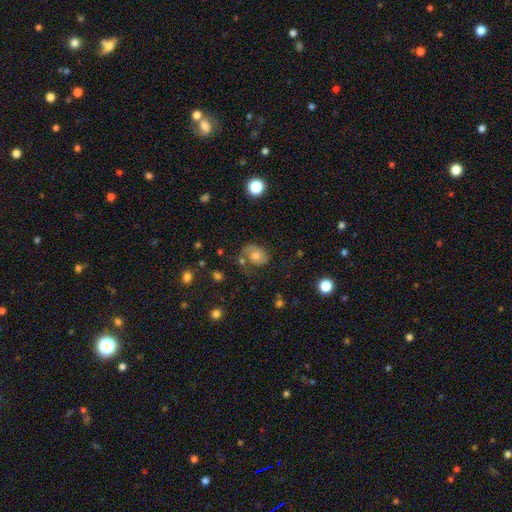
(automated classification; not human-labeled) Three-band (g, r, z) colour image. It shows a smooth galaxy with no disk features (48%). Merging: none (53%).